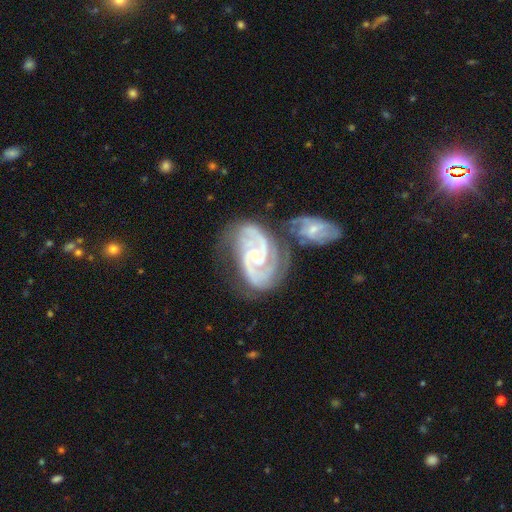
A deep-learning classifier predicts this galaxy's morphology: Q: Smooth or featured?
A: featured or disk (92%); runner-up: star or artifact (4%)
Q: Edge-on disk?
A: no (98%); runner-up: yes (2%)
Q: Bar?
A: no (50%); runner-up: weak (37%)
Q: Spiral arms?
A: yes (98%); runner-up: no (2%)
Q: Spiral winding?
A: tight (47%); runner-up: medium (46%)
Q: Spiral arm count?
A: 2 (65%); runner-up: 3 (20%)
Q: Bulge size?
A: small (71%); runner-up: moderate (25%)
Q: Merging?
A: none (38%); runner-up: merger (37%)